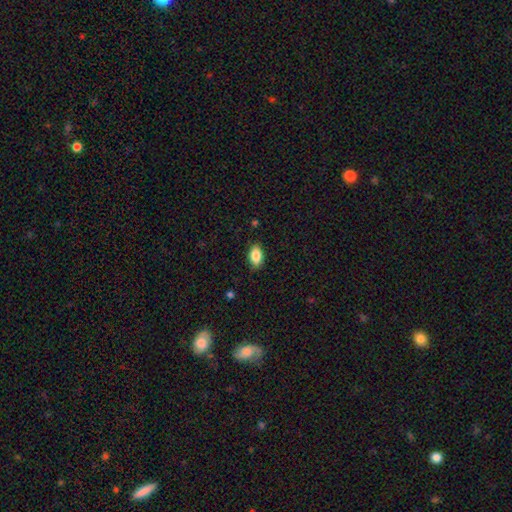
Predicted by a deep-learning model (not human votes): Smooth or featured?
  - smooth: 86% *
  - star or artifact: 7%
  - featured or disk: 7%
How rounded?
  - in between: 90% *
  - round: 8%
  - cigar-shaped: 2%
Merging?
  - none: 85% *
  - minor disturbance: 12%
  - major disturbance: 2%
  - merger: 1%